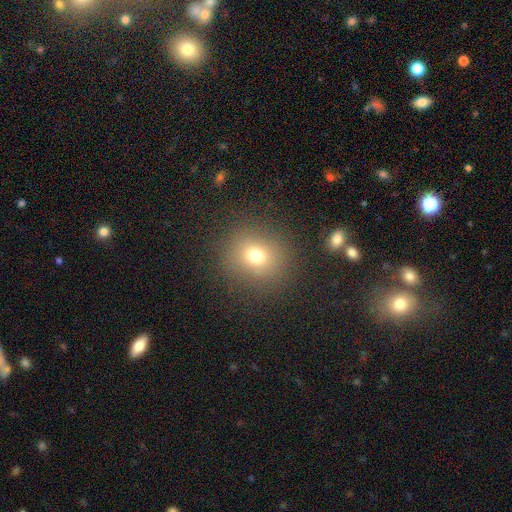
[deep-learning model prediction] Morphology: type=smooth (71%); roundness=round (84%); merging=none (85%).